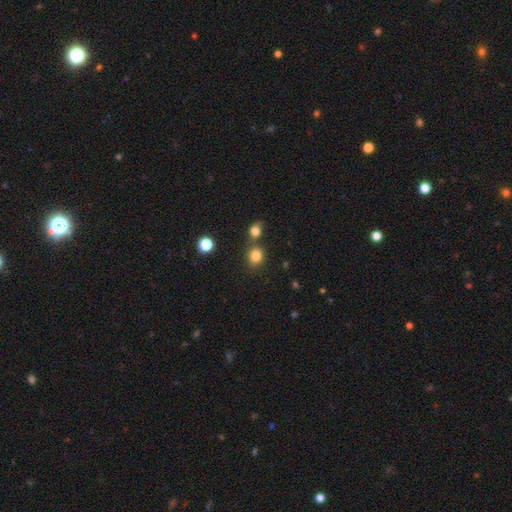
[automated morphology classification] type=smooth (82%); roundness=round (78%); merging=none (67%).